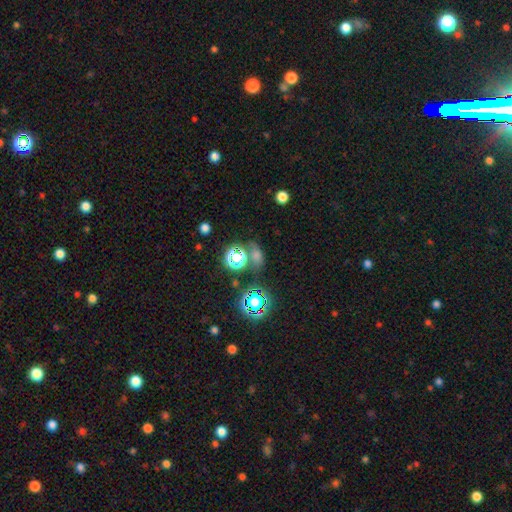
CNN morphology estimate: type=star or artifact (47%).